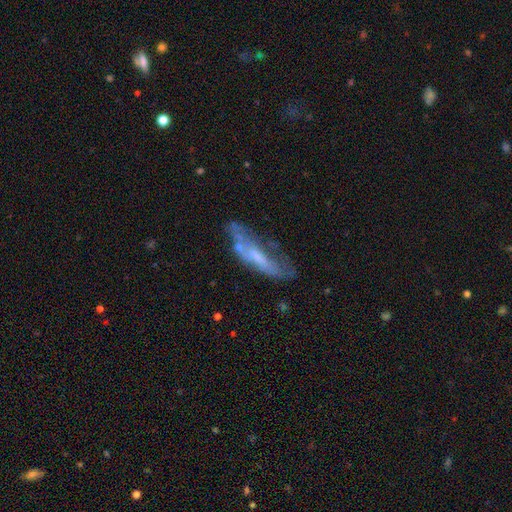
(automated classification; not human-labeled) Overall: featured or disk (52%; smooth 38%). Edge-on disk: no (65%; yes 35%). Merging: none (41%; minor disturbance 25%).